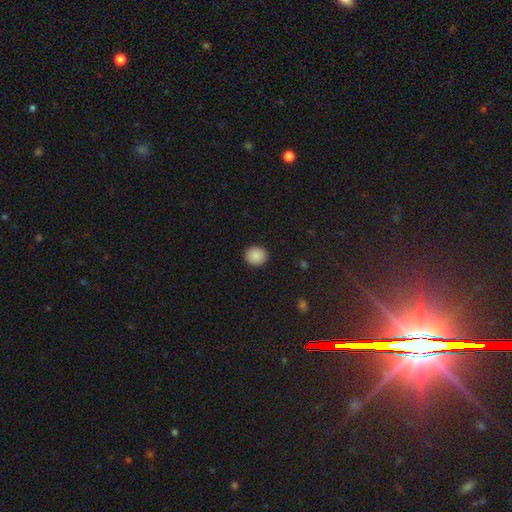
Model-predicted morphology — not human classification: Smooth or featured?
  - smooth: 89% *
  - star or artifact: 8%
  - featured or disk: 3%
How rounded?
  - round: 82% *
  - in between: 17%
  - cigar-shaped: 1%
Merging?
  - none: 92% *
  - minor disturbance: 5%
  - major disturbance: 2%
  - merger: 1%